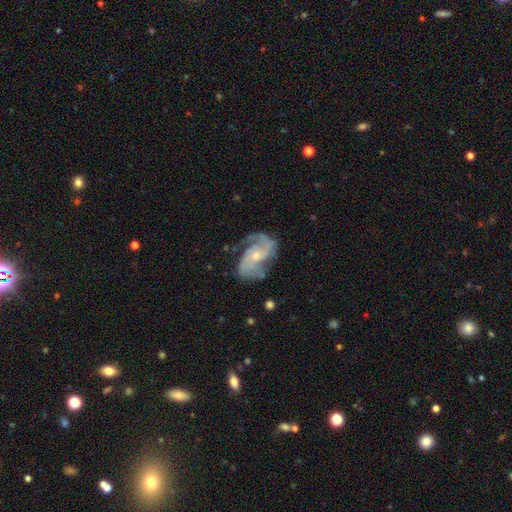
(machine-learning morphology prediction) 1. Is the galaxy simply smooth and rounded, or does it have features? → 89% featured or disk, 6% smooth, 5% star or artifact.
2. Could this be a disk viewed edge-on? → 98% no, 2% yes.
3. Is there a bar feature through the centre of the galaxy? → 58% no, 34% weak, 8% strong.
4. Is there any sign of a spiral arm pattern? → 97% yes, 3% no.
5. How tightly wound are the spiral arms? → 53% medium, 24% loose, 24% tight.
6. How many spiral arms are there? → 77% 2, 10% 3, 6% can't tell, 4% 1, 2% 4, 2% more than 4.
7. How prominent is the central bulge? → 55% small, 40% moderate, 3% none, 2% large, 1% dominant.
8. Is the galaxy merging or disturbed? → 65% none, 21% minor disturbance, 12% major disturbance, 2% merger.